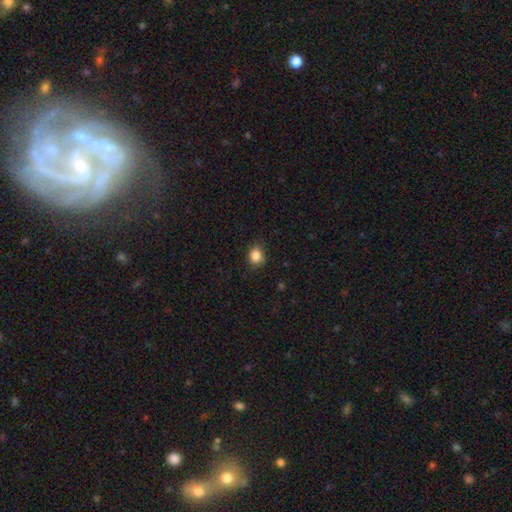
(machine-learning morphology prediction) A smooth galaxy with no disk features (86%) that is round (66%).

Vote fractions:
- Smooth or featured? smooth: 86% / star or artifact: 10% / featured or disk: 4%
- How rounded? round: 66% / in between: 33% / cigar-shaped: 1%
- Merging? none: 78% / minor disturbance: 18% / major disturbance: 4% / merger: 1%